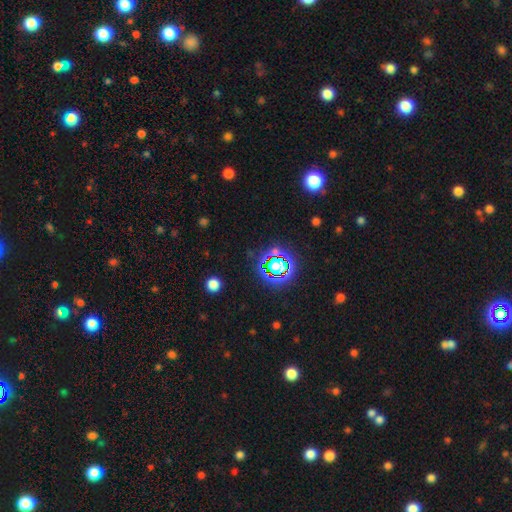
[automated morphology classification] A star or artifact, not a galaxy (74%).

Vote fractions:
- Smooth or featured? star or artifact: 74% / smooth: 18% / featured or disk: 8%